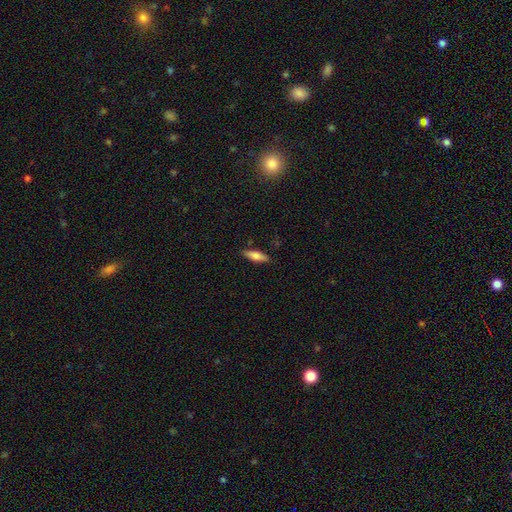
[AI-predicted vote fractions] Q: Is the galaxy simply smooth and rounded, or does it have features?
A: smooth — 69%.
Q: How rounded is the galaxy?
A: in between — 50%.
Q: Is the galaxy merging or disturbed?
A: none — 84%.